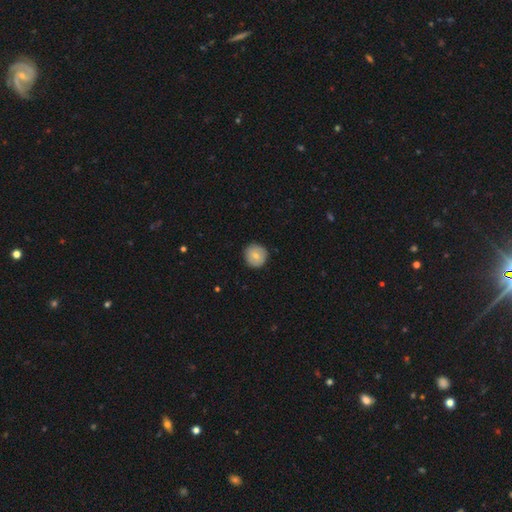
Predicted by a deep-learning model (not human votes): Q: Smooth or featured?
A: smooth (75%); runner-up: featured or disk (17%)
Q: How rounded?
A: round (94%); runner-up: in between (5%)
Q: Merging?
A: none (89%); runner-up: minor disturbance (8%)